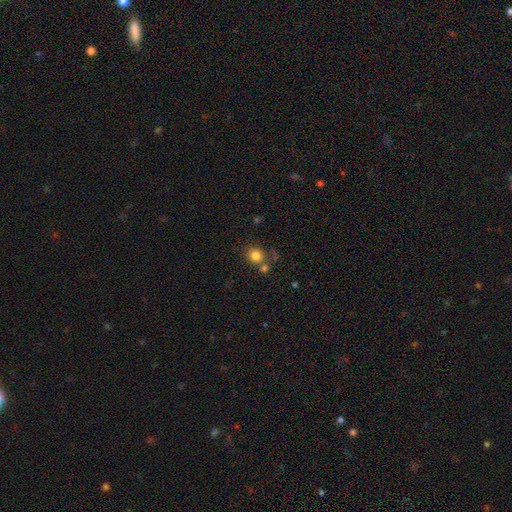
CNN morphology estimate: Q: Smooth or featured?
A: smooth (81%); runner-up: star or artifact (11%)
Q: How rounded?
A: round (78%); runner-up: in between (21%)
Q: Merging?
A: none (63%); runner-up: merger (20%)